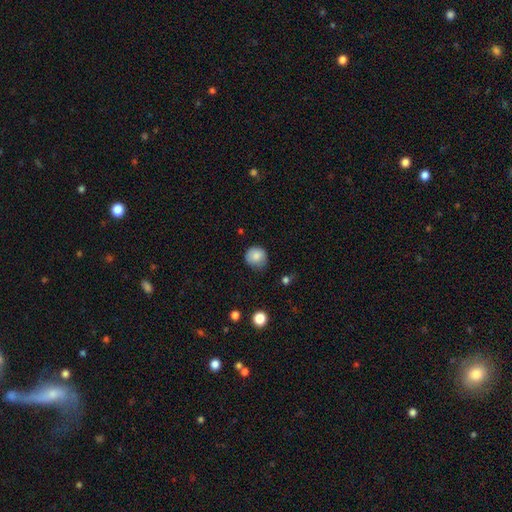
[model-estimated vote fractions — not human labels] Smooth or featured? Predicted: smooth (p=0.83). How rounded? Predicted: round (p=0.88). Merging? Predicted: none (p=0.68).